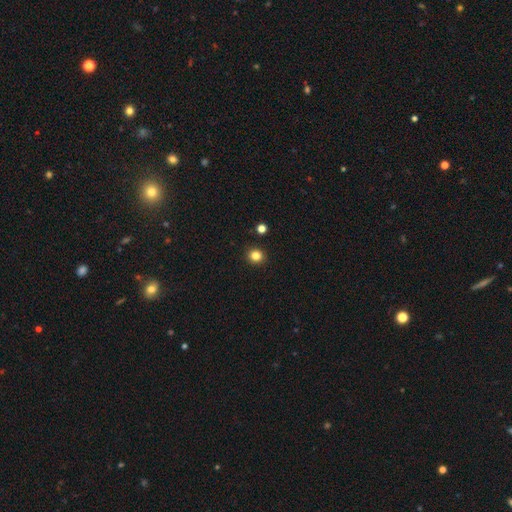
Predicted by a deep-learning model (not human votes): Smooth or featured?
  - smooth: 83% *
  - star or artifact: 13%
  - featured or disk: 5%
How rounded?
  - round: 86% *
  - in between: 13%
  - cigar-shaped: 1%
Merging?
  - none: 91% *
  - minor disturbance: 5%
  - merger: 2%
  - major disturbance: 2%